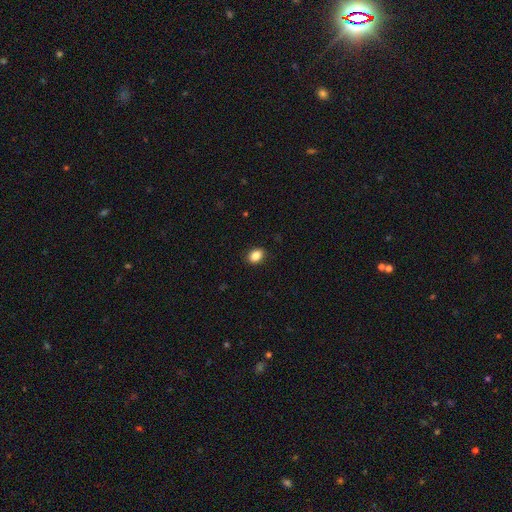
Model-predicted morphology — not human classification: Overall: smooth (87%). How rounded: in between (64%; round 35%). Merging: none (91%).